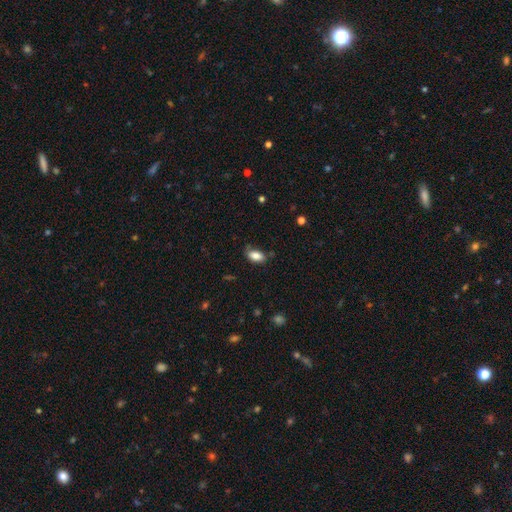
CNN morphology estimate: Smooth or featured? Predicted: smooth (p=0.84). How rounded? Predicted: in between (p=0.92). Merging? Predicted: none (p=0.69).